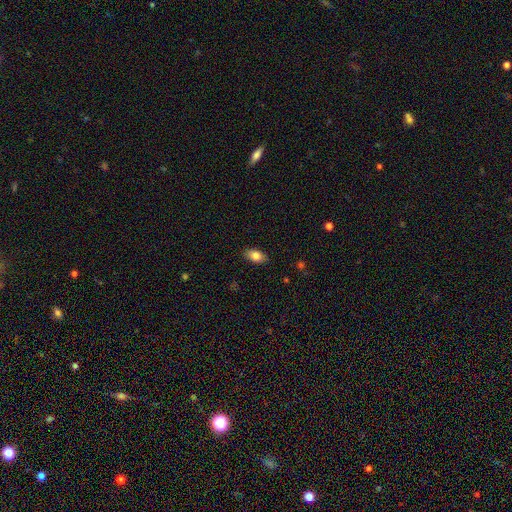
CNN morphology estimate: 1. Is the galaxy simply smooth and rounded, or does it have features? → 82% smooth, 10% featured or disk, 8% star or artifact.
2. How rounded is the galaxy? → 91% in between, 7% round, 3% cigar-shaped.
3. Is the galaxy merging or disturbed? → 87% none, 10% minor disturbance, 2% major disturbance, 1% merger.